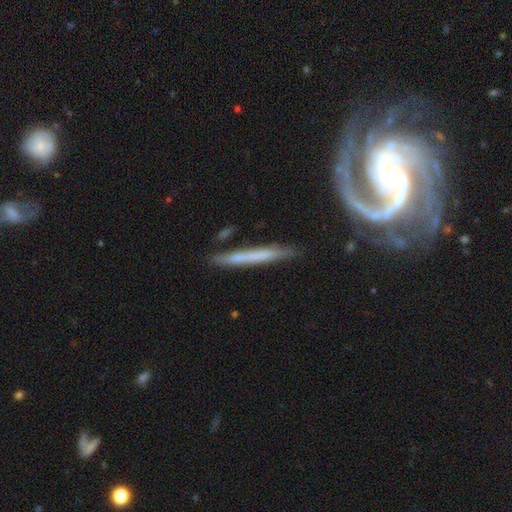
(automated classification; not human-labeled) A smooth galaxy with no disk features (50%). Merging: none (82%).